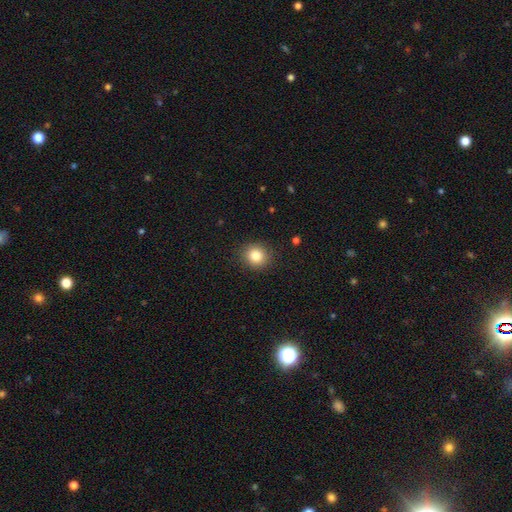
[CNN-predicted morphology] Smooth or featured?
  - smooth: 84% *
  - star or artifact: 10%
  - featured or disk: 6%
How rounded?
  - round: 84% *
  - in between: 15%
  - cigar-shaped: 1%
Merging?
  - none: 89% *
  - minor disturbance: 8%
  - major disturbance: 2%
  - merger: 1%